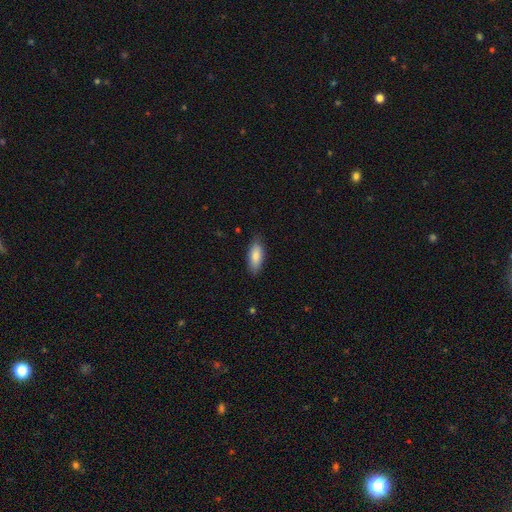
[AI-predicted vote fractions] smooth_or_featured: smooth (p=0.84) [alt: featured or disk p=0.10]
how_rounded: in between (p=0.78) [alt: cigar-shaped p=0.20]
merging: none (p=0.83) [alt: minor disturbance p=0.13]